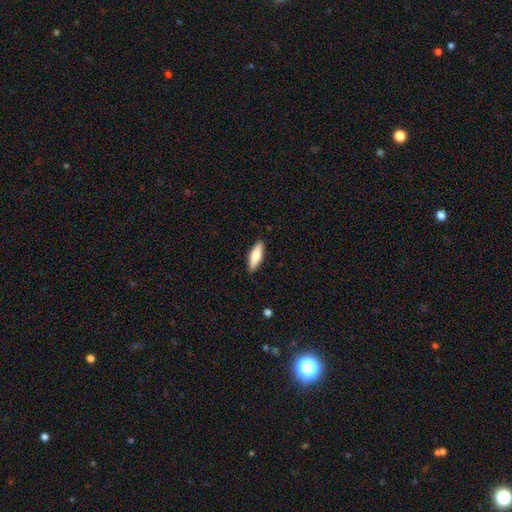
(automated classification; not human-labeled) smooth-or-featured: smooth: 73% | featured or disk: 21% | star or artifact: 6%
  how-rounded: in between: 53% | cigar-shaped: 45% | round: 2%
  merging: none: 88% | minor disturbance: 9% | major disturbance: 2% | merger: 1%